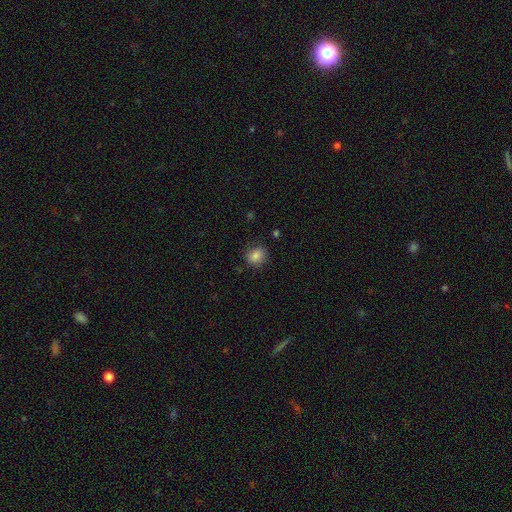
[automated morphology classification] A smooth galaxy with no disk features (84%) that is round (67%).

Vote fractions:
- Smooth or featured? smooth: 84% / star or artifact: 11% / featured or disk: 6%
- How rounded? round: 67% / in between: 32% / cigar-shaped: 1%
- Merging? none: 84% / minor disturbance: 12% / major disturbance: 3% / merger: 1%